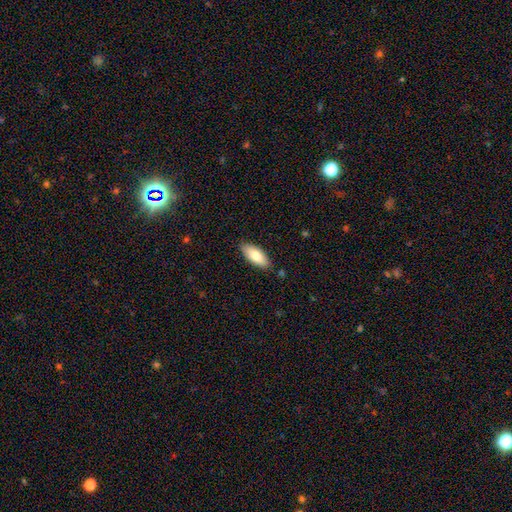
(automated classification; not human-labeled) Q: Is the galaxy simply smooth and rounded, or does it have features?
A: smooth — 77%.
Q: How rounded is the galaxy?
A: in between — 83%.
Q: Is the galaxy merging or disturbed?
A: none — 87%.